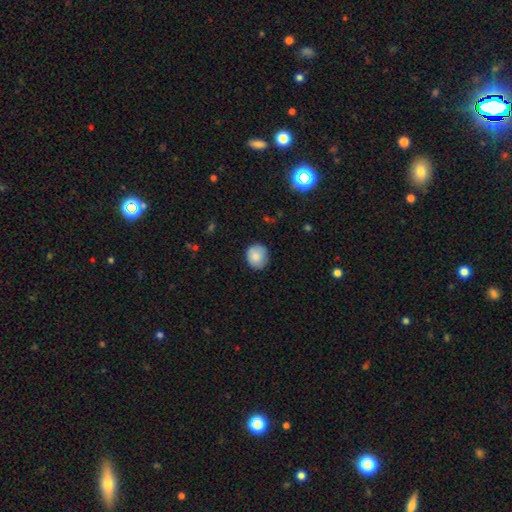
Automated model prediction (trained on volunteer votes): Smooth or featured? Predicted: smooth (p=0.83). How rounded? Predicted: round (p=0.82). Merging? Predicted: none (p=0.81).